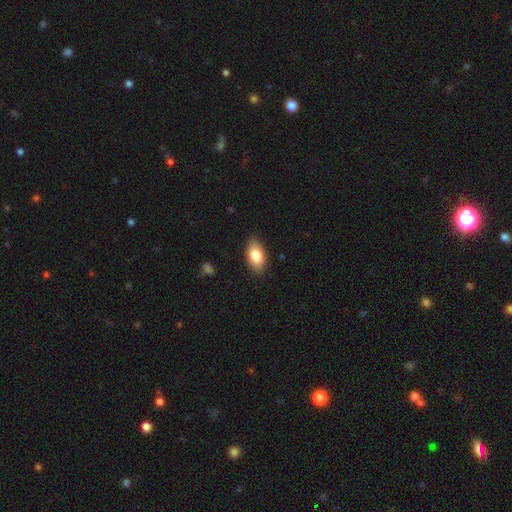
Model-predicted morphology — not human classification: A smooth galaxy with no disk features (82%) that is in between round and cigar-shaped (92%).

Vote fractions:
- Smooth or featured? smooth: 82% / featured or disk: 11% / star or artifact: 6%
- How rounded? in between: 92% / cigar-shaped: 5% / round: 4%
- Merging? none: 87% / minor disturbance: 10% / major disturbance: 2% / merger: 1%